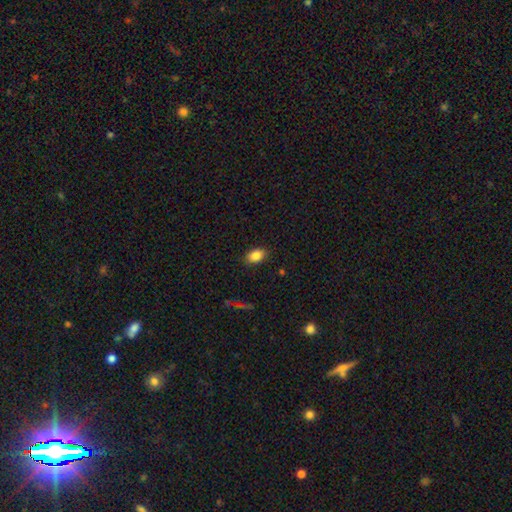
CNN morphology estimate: A smooth galaxy with no disk features (86%) that is in between round and cigar-shaped (85%). Merging: none (86%).